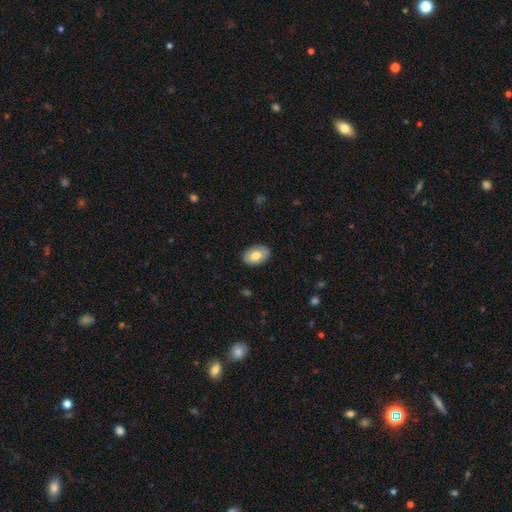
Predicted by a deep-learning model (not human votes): smooth-or-featured: smooth: 75% | featured or disk: 18% | star or artifact: 6%
  how-rounded: in between: 88% | round: 11% | cigar-shaped: 1%
  merging: none: 87% | minor disturbance: 9% | major disturbance: 2% | merger: 1%